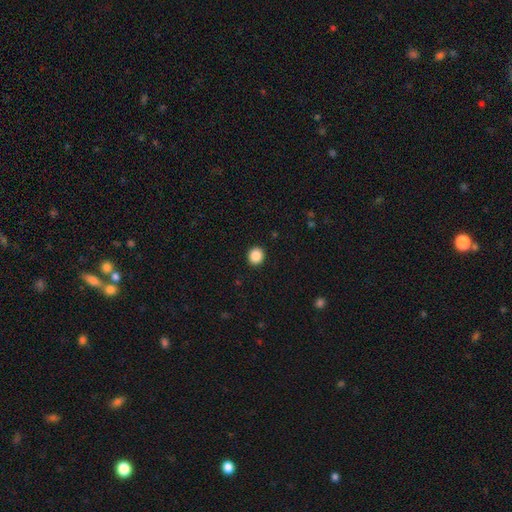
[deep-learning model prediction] Smooth or featured? Predicted: smooth (p=0.88). How rounded? Predicted: round (p=0.89). Merging? Predicted: none (p=0.93).